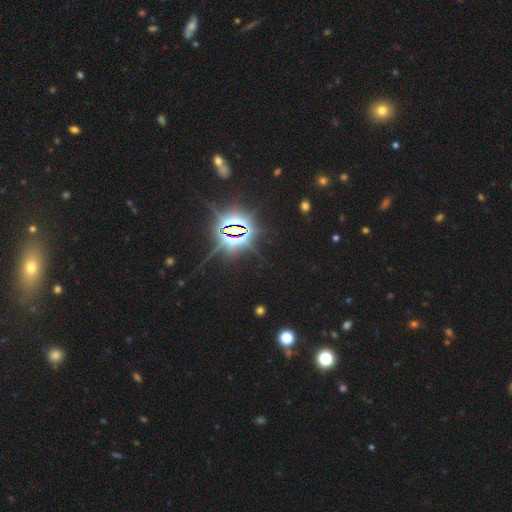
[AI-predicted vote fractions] This appears to be a star or artifact, not a galaxy (83%).